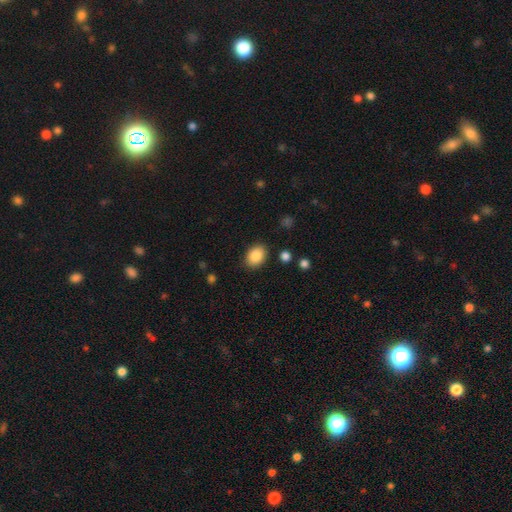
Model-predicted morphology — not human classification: The model was most divided on "how rounded": in between: 69%, round: 30%, cigar-shaped: 1%. More confident: smooth or featured — smooth (87%); merging — none (86%).